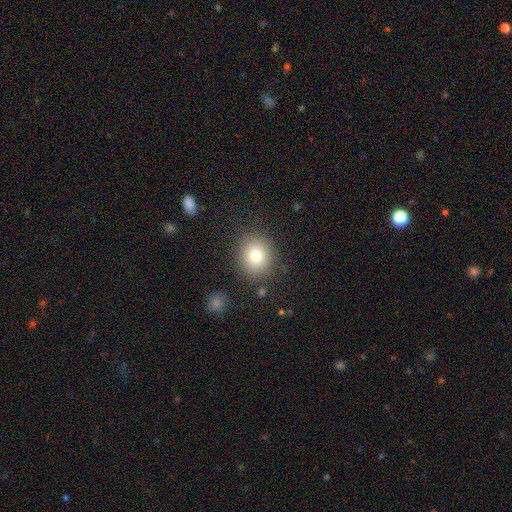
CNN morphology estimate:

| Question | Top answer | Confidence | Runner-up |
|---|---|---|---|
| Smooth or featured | smooth | 77% | star or artifact (11%) |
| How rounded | round | 70% | in between (29%) |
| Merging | none | 84% | minor disturbance (10%) |